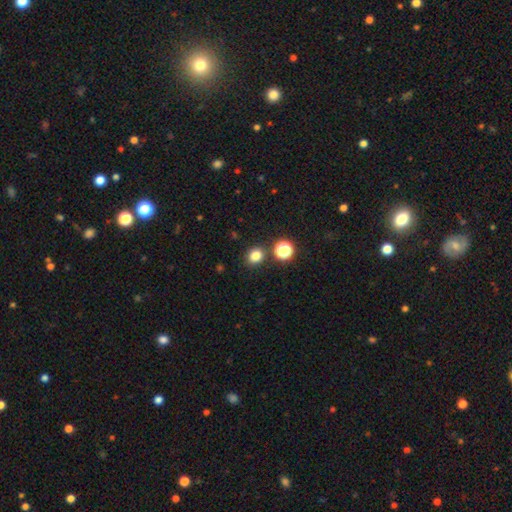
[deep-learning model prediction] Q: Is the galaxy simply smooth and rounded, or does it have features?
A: smooth — 79%.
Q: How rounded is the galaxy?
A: round — 74%.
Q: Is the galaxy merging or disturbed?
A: none — 84%.